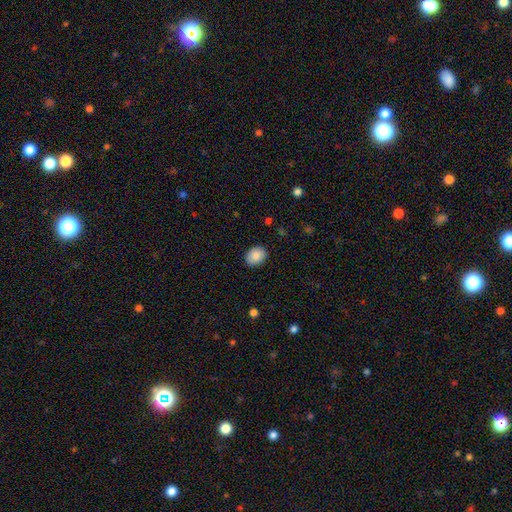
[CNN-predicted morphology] This is clearly a smooth galaxy (87%). How rounded: possibly in between (59%). Merging: clearly none (88%).